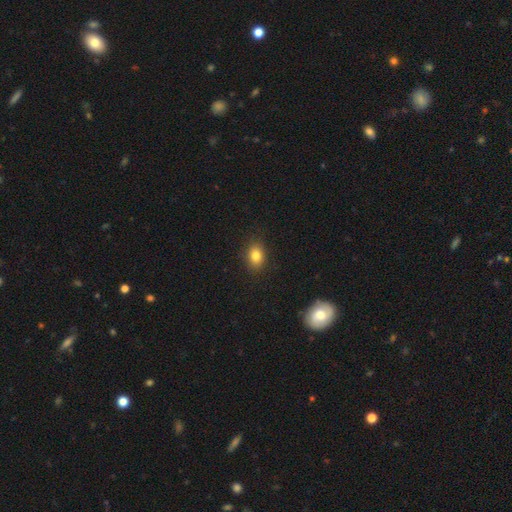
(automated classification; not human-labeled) smooth-or-featured: smooth: 82% | star or artifact: 11% | featured or disk: 7%
  how-rounded: in between: 70% | round: 29% | cigar-shaped: 1%
  merging: none: 86% | minor disturbance: 10% | major disturbance: 3% | merger: 1%